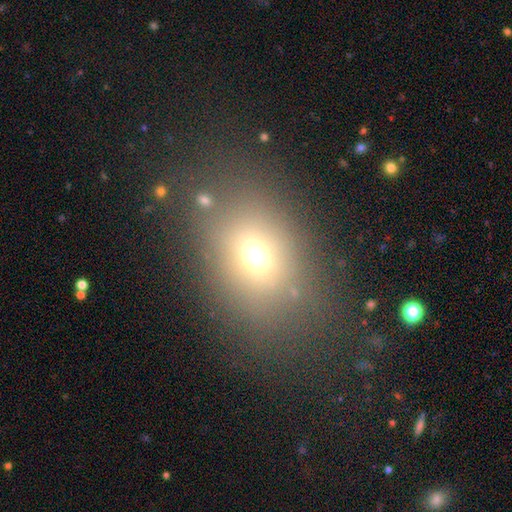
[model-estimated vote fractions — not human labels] Morphology: type=smooth (66%); roundness=in between (66%); merging=none (75%).